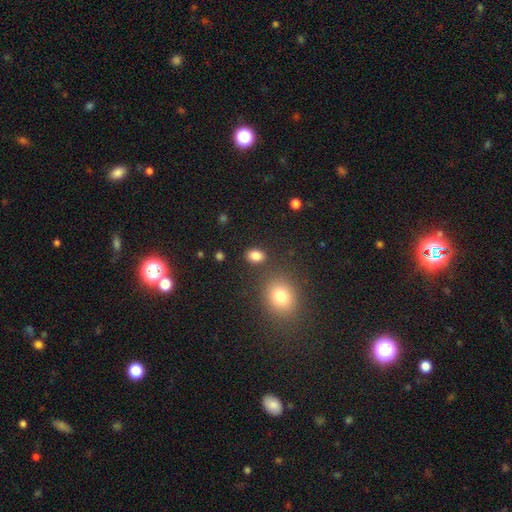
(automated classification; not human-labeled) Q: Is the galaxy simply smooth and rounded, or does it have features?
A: smooth — 84%.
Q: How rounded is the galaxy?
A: in between — 72%.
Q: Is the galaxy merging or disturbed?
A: none — 82%.